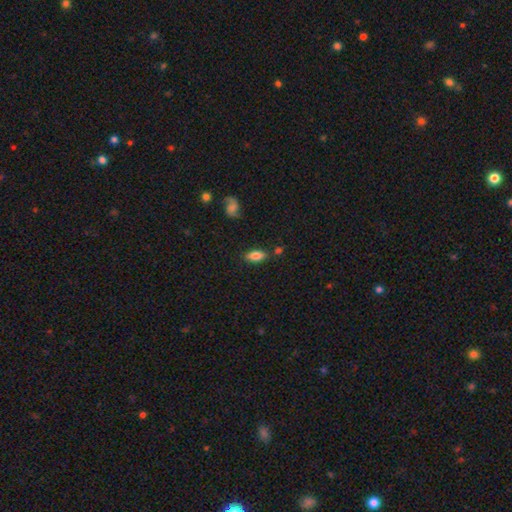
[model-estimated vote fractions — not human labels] Smooth or featured? Predicted: smooth (p=0.79). How rounded? Predicted: in between (p=0.81). Merging? Predicted: none (p=0.78).